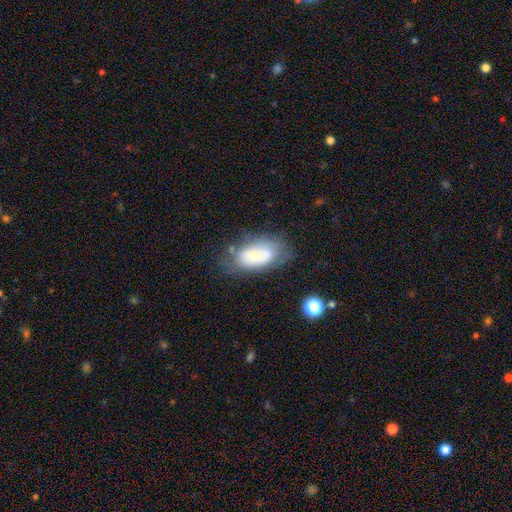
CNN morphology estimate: A smooth galaxy with no disk features (54%) that is in between round and cigar-shaped (91%). Merging: none (56%).